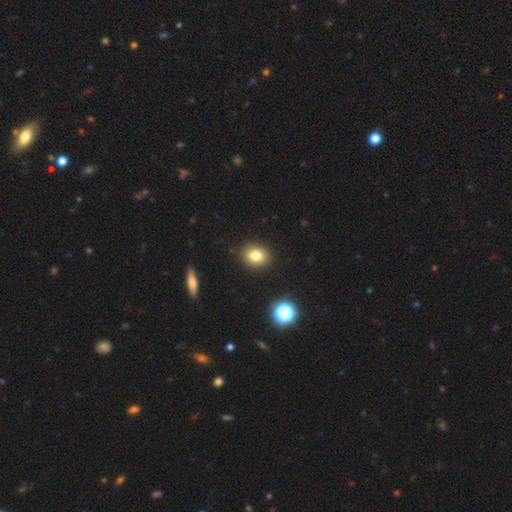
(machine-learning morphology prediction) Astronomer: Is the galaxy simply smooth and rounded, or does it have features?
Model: smooth — 80%.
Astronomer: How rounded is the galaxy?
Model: round — 58% (runner-up: in between, 41%).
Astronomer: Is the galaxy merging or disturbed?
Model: none — 89%.